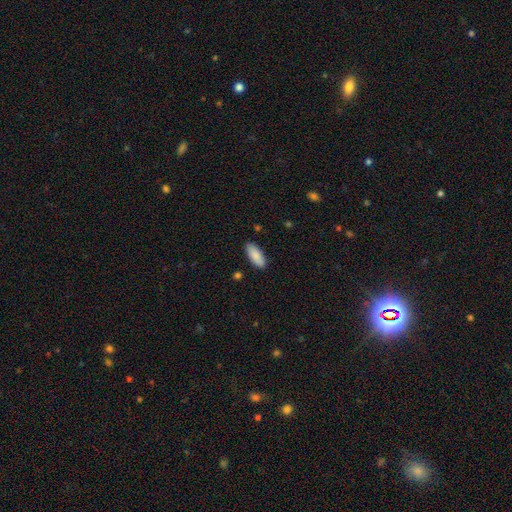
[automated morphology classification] This is clearly a smooth galaxy (88%). How rounded: likely in between (77%). Merging: clearly none (88%).